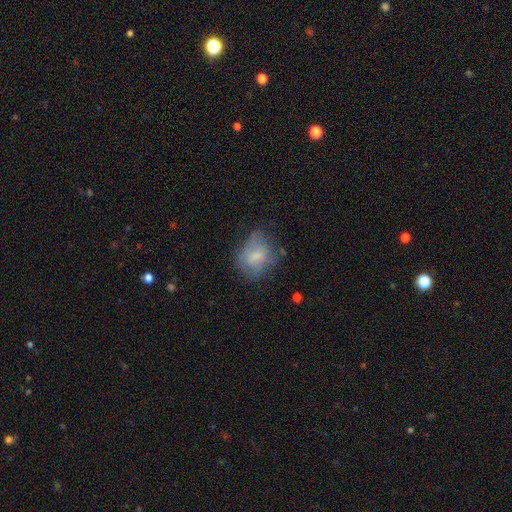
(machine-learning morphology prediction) Overall: smooth (58%; featured or disk 33%). How rounded: in between (63%; round 35%). Merging: none (46%; minor disturbance 32%).